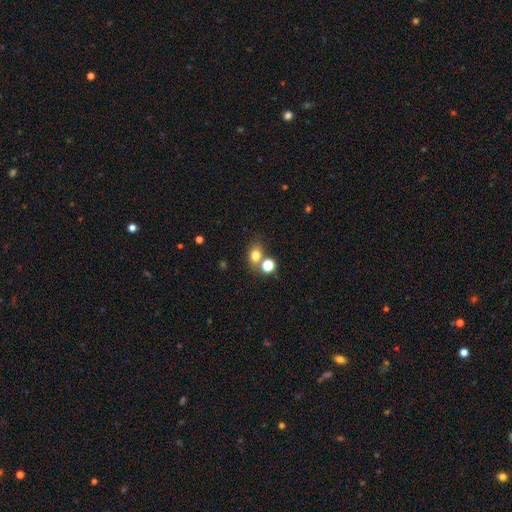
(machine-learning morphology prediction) Q: Smooth or featured?
A: smooth (76%); runner-up: star or artifact (15%)
Q: How rounded?
A: in between (52%); runner-up: round (46%)
Q: Merging?
A: none (59%); runner-up: merger (25%)